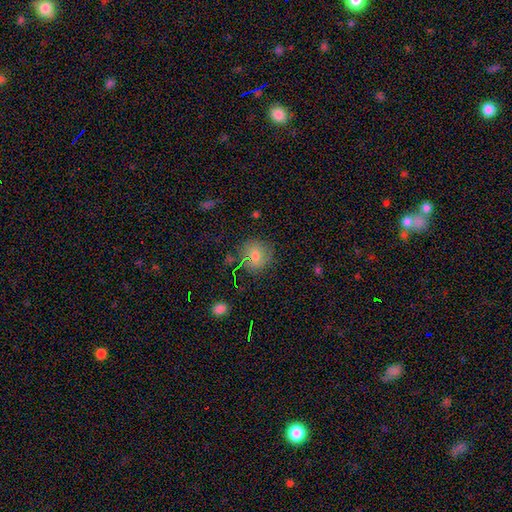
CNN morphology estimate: smooth_or_featured: smooth (p=0.70) [alt: star or artifact p=0.17]
how_rounded: round (p=0.81) [alt: in between p=0.17]
merging: none (p=0.76) [alt: minor disturbance p=0.15]